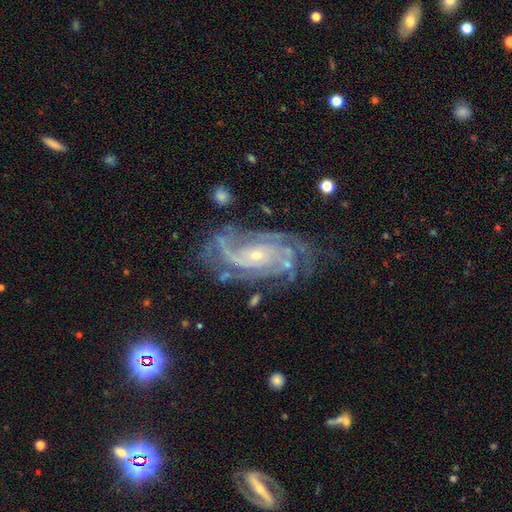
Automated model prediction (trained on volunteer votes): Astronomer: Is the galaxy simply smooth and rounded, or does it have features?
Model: featured or disk — 89%.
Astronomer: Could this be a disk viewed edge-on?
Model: no — 97%.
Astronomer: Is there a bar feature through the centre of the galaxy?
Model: no — 69%.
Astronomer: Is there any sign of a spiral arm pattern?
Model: yes — 98%.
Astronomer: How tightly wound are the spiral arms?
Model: tight — 58% (runner-up: medium, 35%).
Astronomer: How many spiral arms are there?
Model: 3 — 25% (runner-up: 2, 20%).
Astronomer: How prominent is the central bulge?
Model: small — 78%.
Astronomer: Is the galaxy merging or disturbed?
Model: none — 69%.